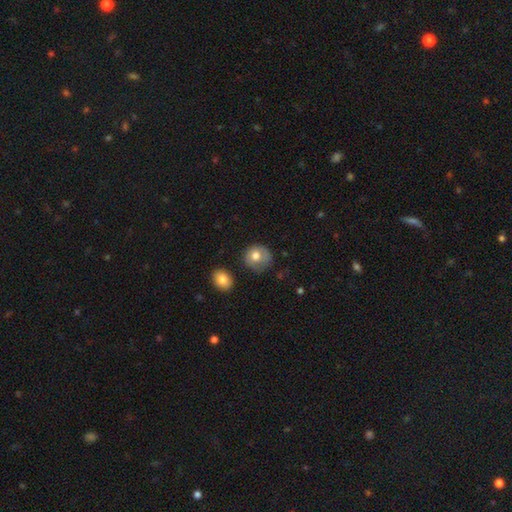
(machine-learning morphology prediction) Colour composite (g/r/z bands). It shows a smooth galaxy with no disk features (73%) that is round (80%). Merging: none (62%).